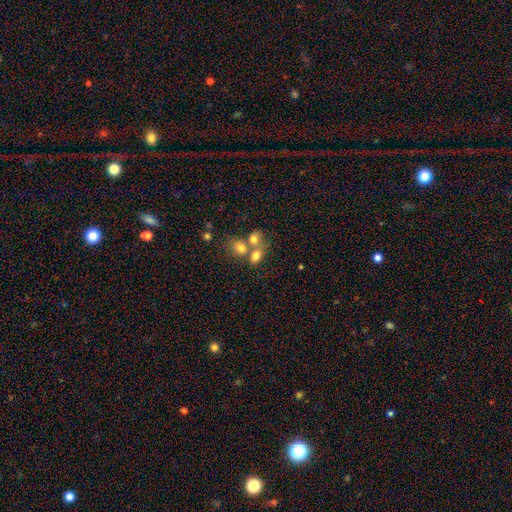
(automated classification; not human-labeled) smooth_or_featured: smooth (p=0.74) [alt: star or artifact p=0.13]
how_rounded: in between (p=0.61) [alt: round p=0.37]
merging: merger (p=0.52) [alt: none p=0.35]